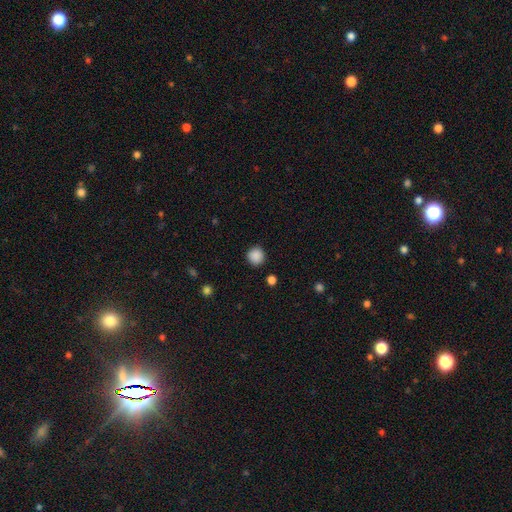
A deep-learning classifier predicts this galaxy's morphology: smooth-or-featured: smooth: 88% | star or artifact: 10% | featured or disk: 3%
  how-rounded: round: 93% | in between: 6% | cigar-shaped: 1%
  merging: none: 89% | minor disturbance: 7% | major disturbance: 2% | merger: 2%